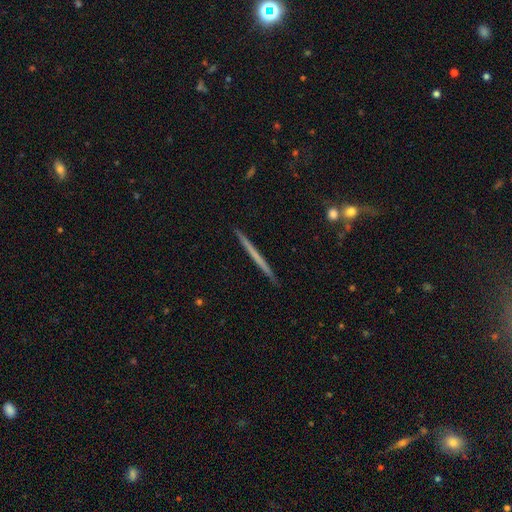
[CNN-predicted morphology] A featured or disk galaxy (50%) viewed edge-on (98%).

Vote fractions:
- Smooth or featured? featured or disk: 50% / smooth: 44% / star or artifact: 6%
- Edge-on disk? yes: 98% / no: 2%
- Merging? none: 92% / minor disturbance: 5% / merger: 1% / major disturbance: 1%